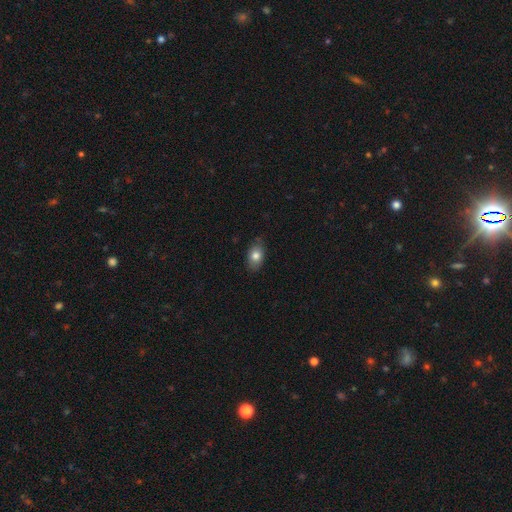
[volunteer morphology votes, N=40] type=smooth (88%); roundness=in between (71%); merging=none (92%).